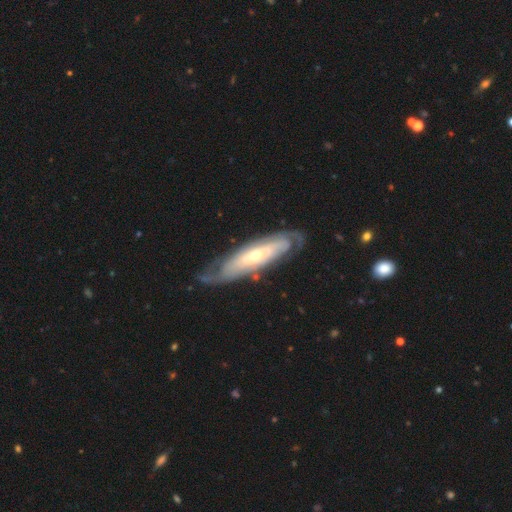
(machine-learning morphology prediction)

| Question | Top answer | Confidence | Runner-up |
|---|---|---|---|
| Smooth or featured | featured or disk | 78% | smooth (17%) |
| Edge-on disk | no | 76% | yes (24%) |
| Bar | no | 67% | weak (21%) |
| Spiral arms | yes | 83% | no (17%) |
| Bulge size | small | 49% | moderate (45%) |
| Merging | none | 69% | minor disturbance (19%) |